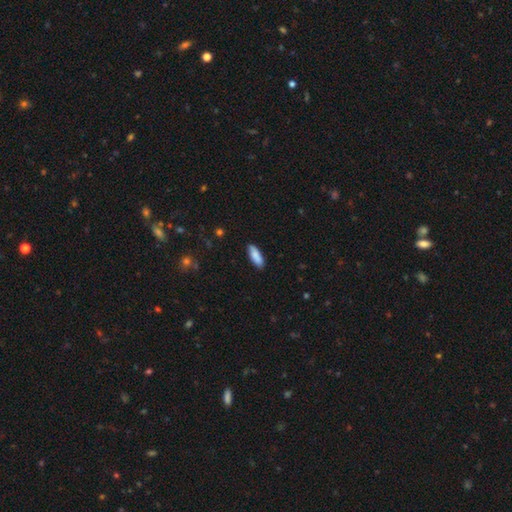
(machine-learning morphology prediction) smooth 87%, featured or disk 8%, star or artifact 6%. Down the decision tree: how rounded — in between (63%); merging — none (87%).